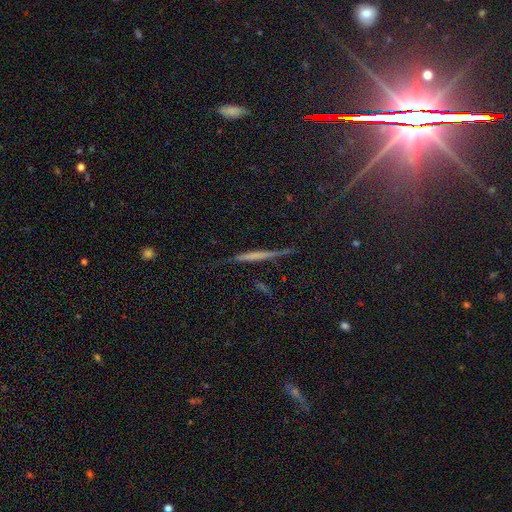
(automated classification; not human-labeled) Smooth or featured? Predicted: featured or disk (p=0.51). Edge-on disk? Predicted: yes (p=0.95). Merging? Predicted: none (p=0.83).